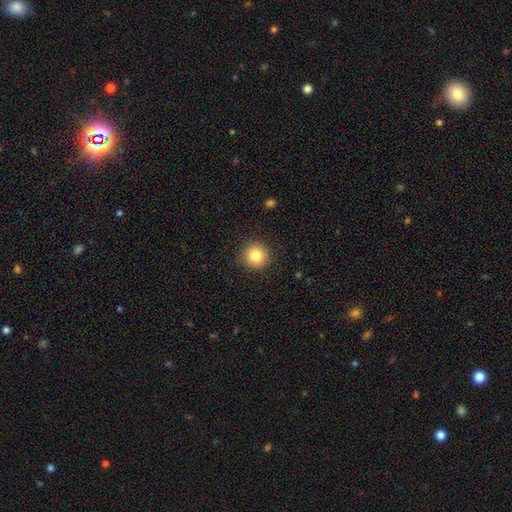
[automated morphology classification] This is clearly a smooth galaxy (84%). How rounded: clearly round (95%). Merging: clearly none (89%).